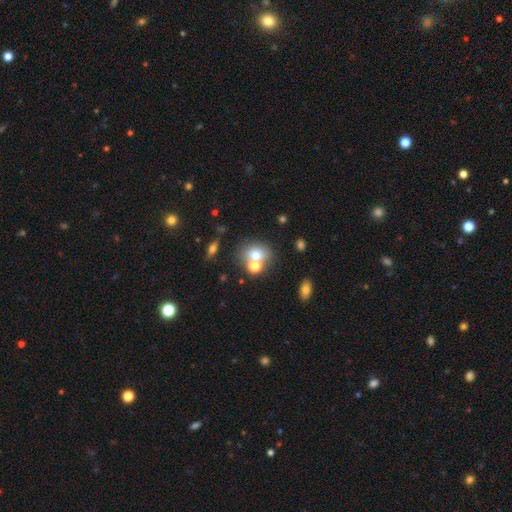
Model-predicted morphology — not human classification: Q: Smooth or featured?
A: smooth (68%); runner-up: featured or disk (17%)
Q: How rounded?
A: round (68%); runner-up: in between (31%)
Q: Merging?
A: none (51%); runner-up: merger (35%)